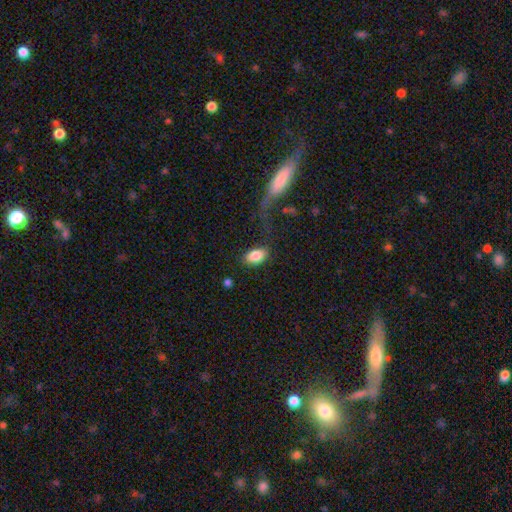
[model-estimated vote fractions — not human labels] smooth 85%, featured or disk 8%, star or artifact 7%. Down the decision tree: how rounded — in between (91%); merging — none (72%).